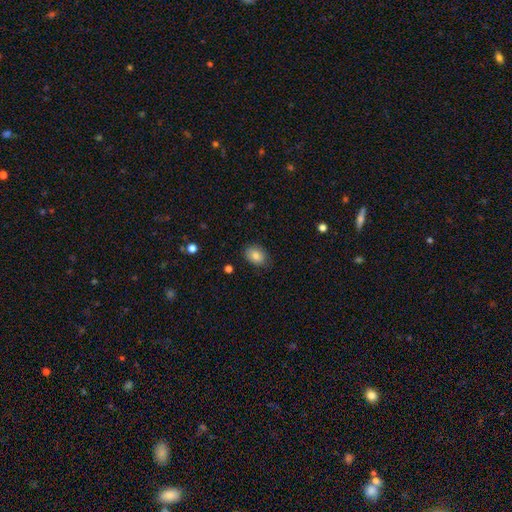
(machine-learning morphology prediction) smooth 84%, star or artifact 8%, featured or disk 8%. Down the decision tree: how rounded — in between (75%); merging — none (83%).